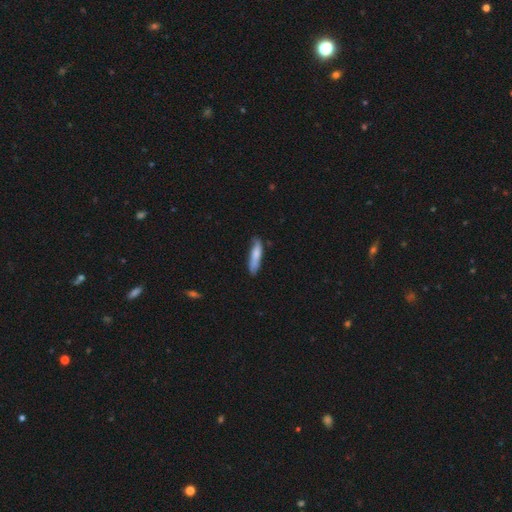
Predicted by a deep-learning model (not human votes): Smooth or featured? smooth (75%)
How rounded? cigar-shaped (78%)
Merging? none (70%)